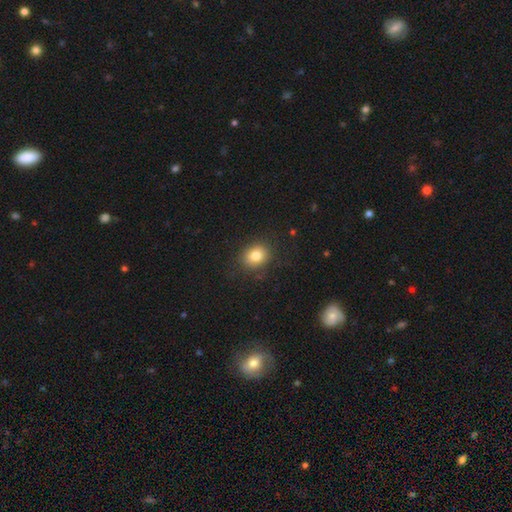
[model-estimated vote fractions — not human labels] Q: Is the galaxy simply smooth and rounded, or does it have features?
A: smooth — 81%.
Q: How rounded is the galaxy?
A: round — 58%.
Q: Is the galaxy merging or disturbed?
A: none — 85%.